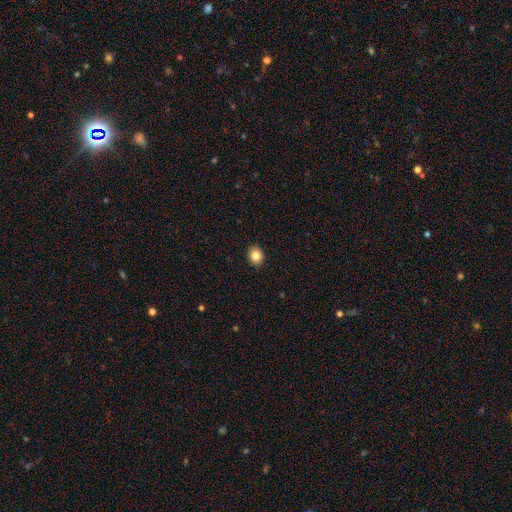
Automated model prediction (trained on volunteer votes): Smooth or featured?
  - smooth: 83% *
  - star or artifact: 9%
  - featured or disk: 7%
How rounded?
  - round: 52% *
  - in between: 47%
  - cigar-shaped: 1%
Merging?
  - none: 91% *
  - minor disturbance: 7%
  - major disturbance: 2%
  - merger: 1%